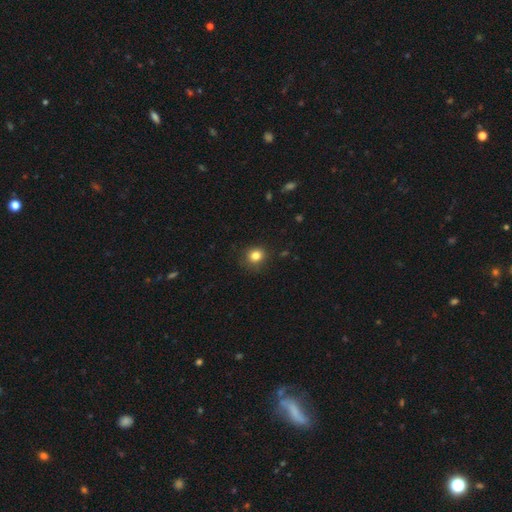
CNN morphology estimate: A smooth galaxy with no disk features (83%) that is round (83%).

Vote fractions:
- Smooth or featured? smooth: 83% / star or artifact: 12% / featured or disk: 5%
- How rounded? round: 83% / in between: 16% / cigar-shaped: 1%
- Merging? none: 84% / minor disturbance: 12% / major disturbance: 3% / merger: 1%